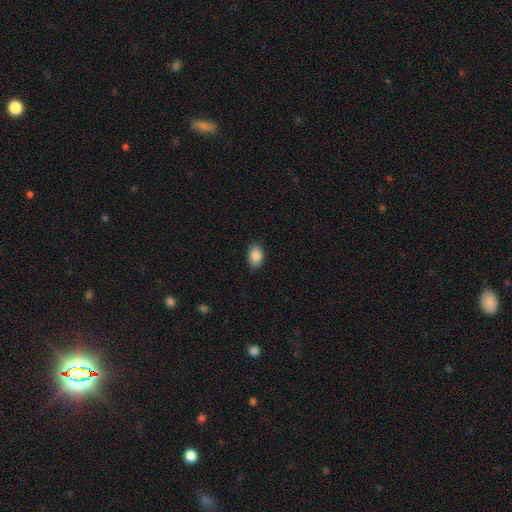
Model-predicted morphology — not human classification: Smooth or featured? smooth (87%)
How rounded? in between (88%)
Merging? none (86%)